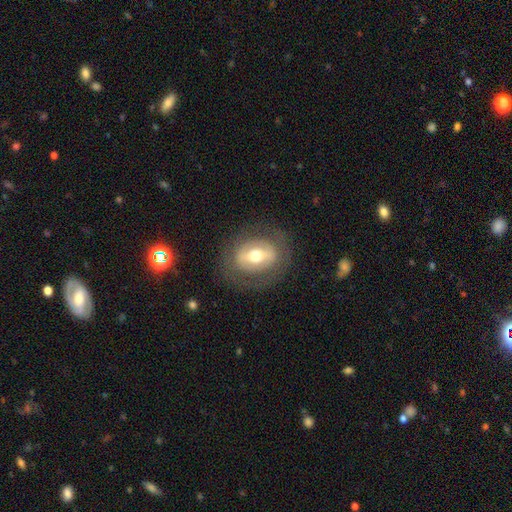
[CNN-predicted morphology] featured or disk 54%, smooth 39%, star or artifact 7%. Down the decision tree: edge-on disk — no (91%); merging — none (78%).